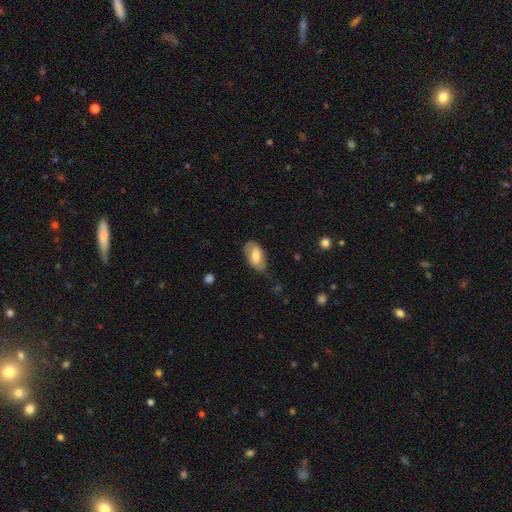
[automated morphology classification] Smooth or featured? Predicted: smooth (p=0.60). How rounded? Predicted: in between (p=0.93). Merging? Predicted: none (p=0.61).